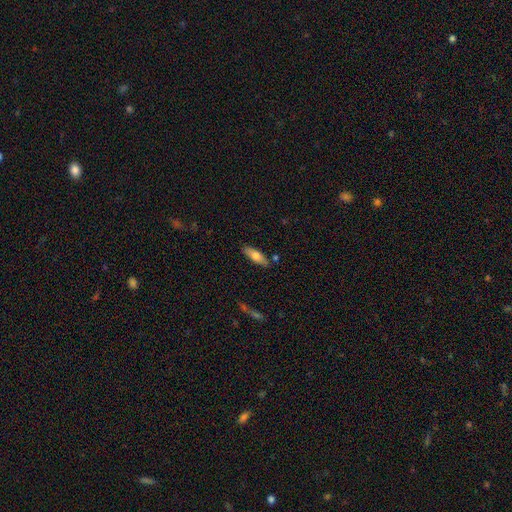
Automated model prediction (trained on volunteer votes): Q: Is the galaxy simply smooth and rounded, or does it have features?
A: smooth — 68%.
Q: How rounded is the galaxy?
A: in between — 57%.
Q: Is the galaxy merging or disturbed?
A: none — 83%.